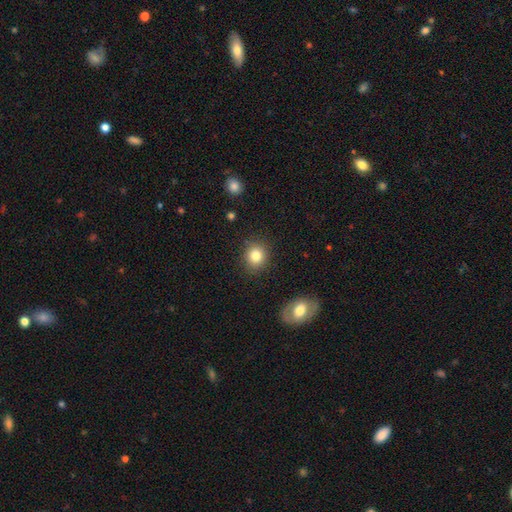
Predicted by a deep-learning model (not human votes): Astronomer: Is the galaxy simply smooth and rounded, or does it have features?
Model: smooth — 82%.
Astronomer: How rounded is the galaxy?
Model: round — 81%.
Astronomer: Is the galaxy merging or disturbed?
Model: none — 88%.